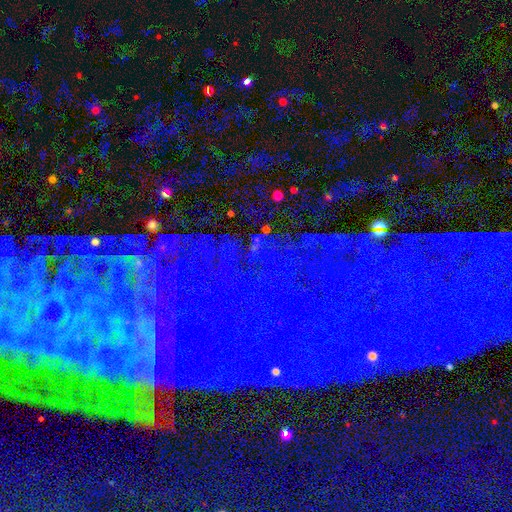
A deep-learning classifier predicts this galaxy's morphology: Smooth or featured: star or artifact — 79% (featured or disk — 13%)